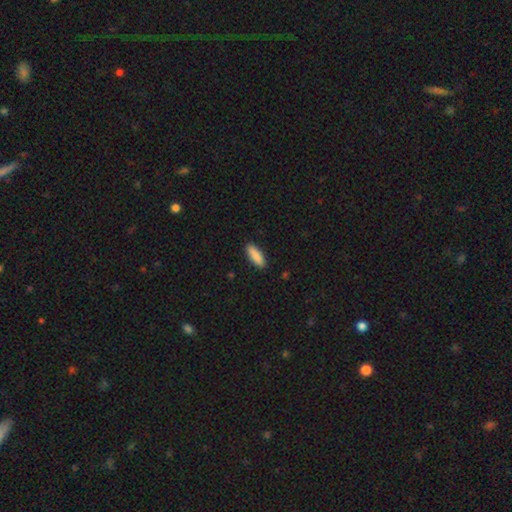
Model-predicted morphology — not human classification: The model was most divided on "how rounded": in between: 54%, cigar-shaped: 44%, round: 2%. More confident: merging — none (90%); smooth or featured — smooth (89%).